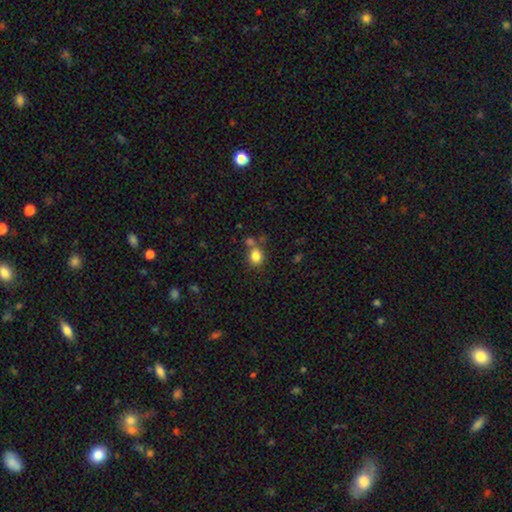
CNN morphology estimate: This is clearly a smooth galaxy (83%). How rounded: likely round (74%). Merging: likely none (65%).